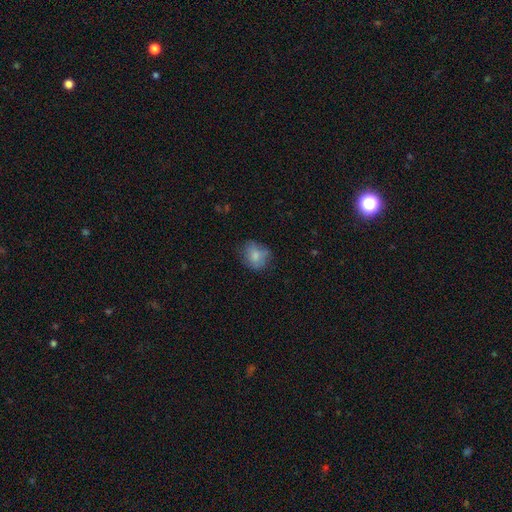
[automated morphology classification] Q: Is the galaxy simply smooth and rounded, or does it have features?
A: smooth — 74%.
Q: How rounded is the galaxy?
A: round — 66%.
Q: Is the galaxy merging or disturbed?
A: none — 61%.